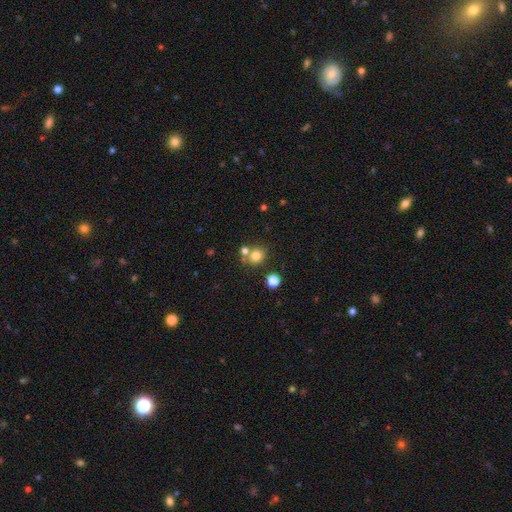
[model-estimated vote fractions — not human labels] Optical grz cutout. It shows a smooth galaxy with no disk features (78%) that is round (80%). Merging: none (63%).